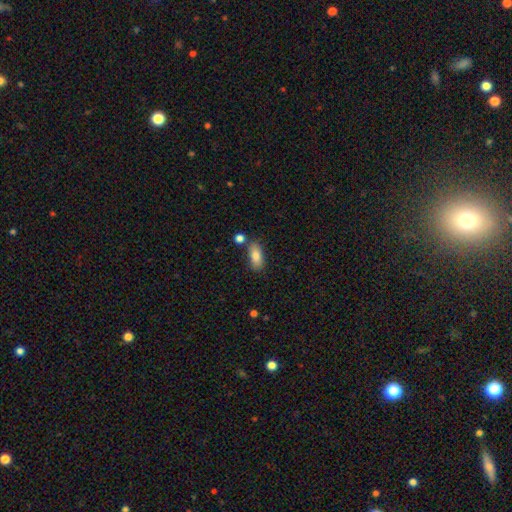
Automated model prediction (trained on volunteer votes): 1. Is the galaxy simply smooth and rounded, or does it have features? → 83% smooth, 10% featured or disk, 7% star or artifact.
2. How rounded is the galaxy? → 83% in between, 14% cigar-shaped, 3% round.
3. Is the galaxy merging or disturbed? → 74% none, 13% minor disturbance, 9% merger, 3% major disturbance.